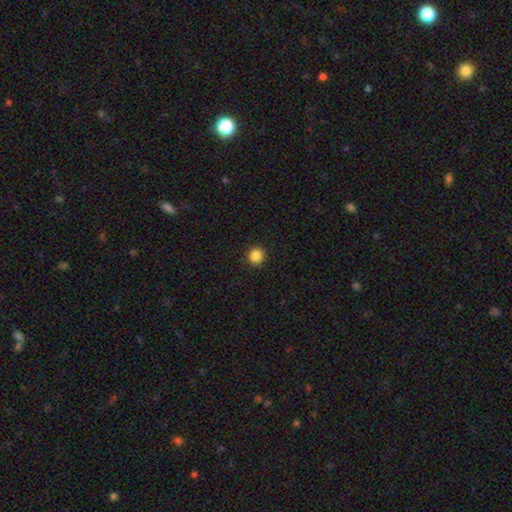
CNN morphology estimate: Overall: smooth (87%). How rounded: round (93%). Merging: none (92%).